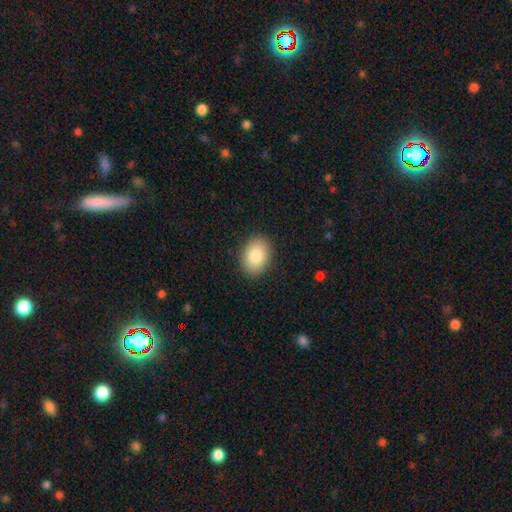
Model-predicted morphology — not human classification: Smooth or featured?
  - smooth: 85% *
  - featured or disk: 8%
  - star or artifact: 7%
How rounded?
  - in between: 72% *
  - round: 27%
  - cigar-shaped: 1%
Merging?
  - none: 89% *
  - minor disturbance: 8%
  - major disturbance: 2%
  - merger: 1%